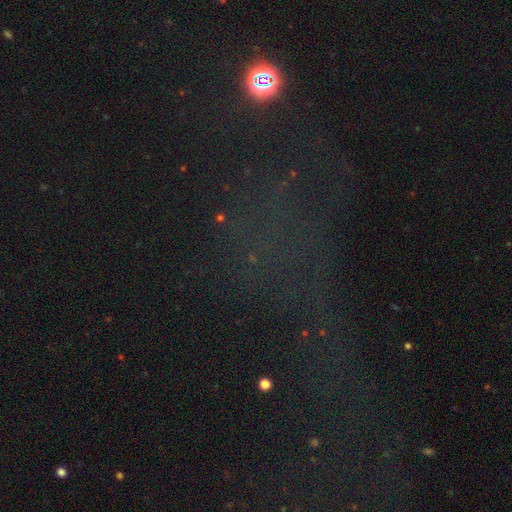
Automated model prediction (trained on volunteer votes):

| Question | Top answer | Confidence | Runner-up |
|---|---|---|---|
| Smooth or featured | star or artifact | 61% | smooth (22%) |